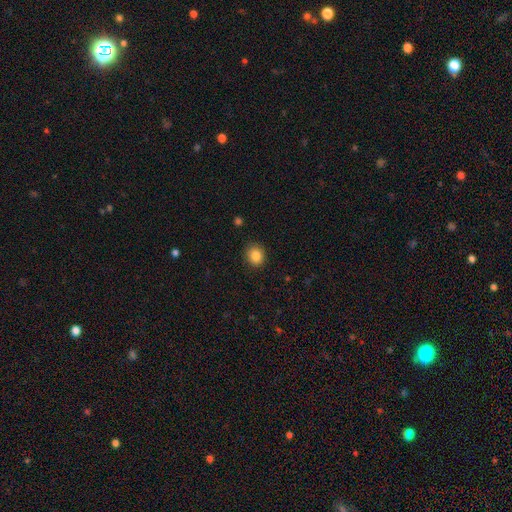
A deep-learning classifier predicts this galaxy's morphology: smooth_or_featured: smooth (p=0.85) [alt: star or artifact p=0.10]
how_rounded: round (p=0.76) [alt: in between p=0.23]
merging: none (p=0.89) [alt: minor disturbance p=0.08]